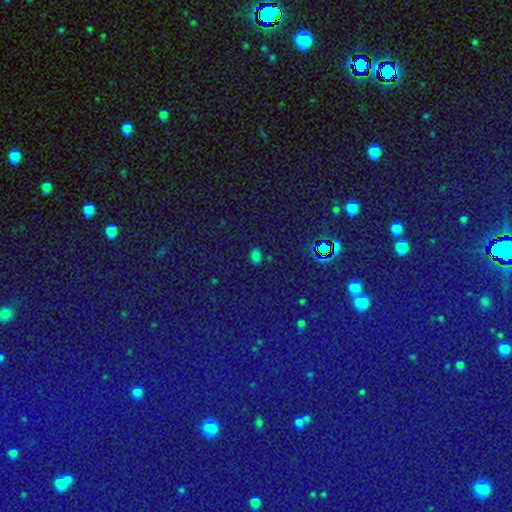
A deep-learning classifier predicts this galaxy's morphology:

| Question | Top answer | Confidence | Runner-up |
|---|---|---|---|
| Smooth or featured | smooth | 52% | star or artifact (42%) |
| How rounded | in between | 83% | round (14%) |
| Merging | none | 81% | minor disturbance (12%) |